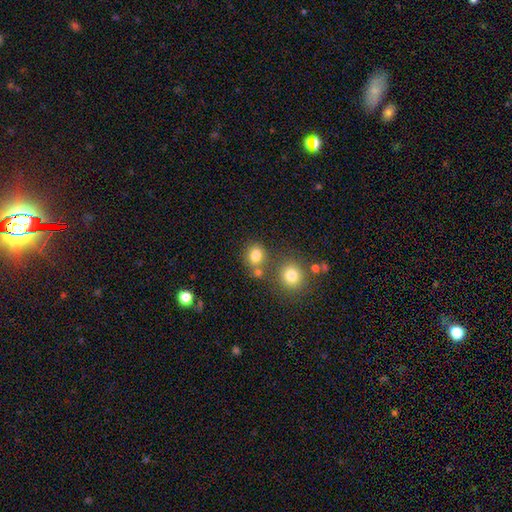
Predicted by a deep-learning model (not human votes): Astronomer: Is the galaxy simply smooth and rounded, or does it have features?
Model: smooth — 79%.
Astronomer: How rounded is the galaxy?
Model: round — 73%.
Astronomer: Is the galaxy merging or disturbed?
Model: none — 67%.